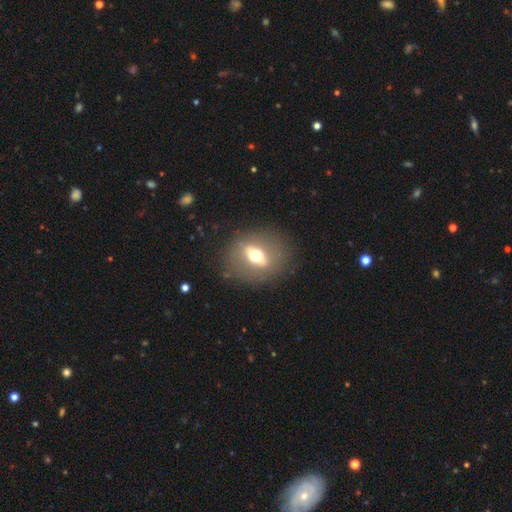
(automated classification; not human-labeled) featured or disk 52%, smooth 37%, star or artifact 10%. Down the decision tree: edge-on disk — no (59%); merging — none (82%).